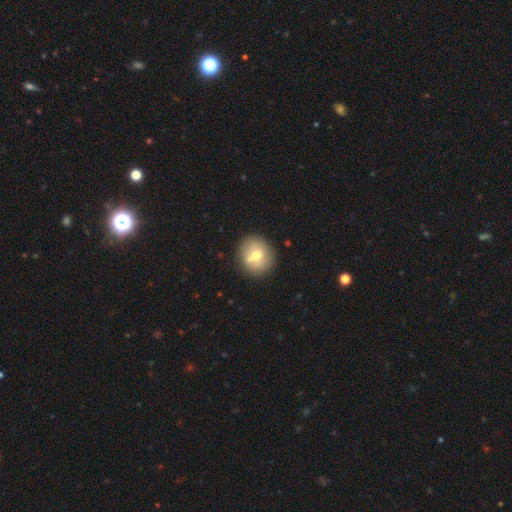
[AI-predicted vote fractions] smooth_or_featured: smooth (p=0.65) [alt: featured or disk p=0.26]
how_rounded: round (p=0.85) [alt: in between p=0.14]
merging: none (p=0.75) [alt: merger p=0.11]